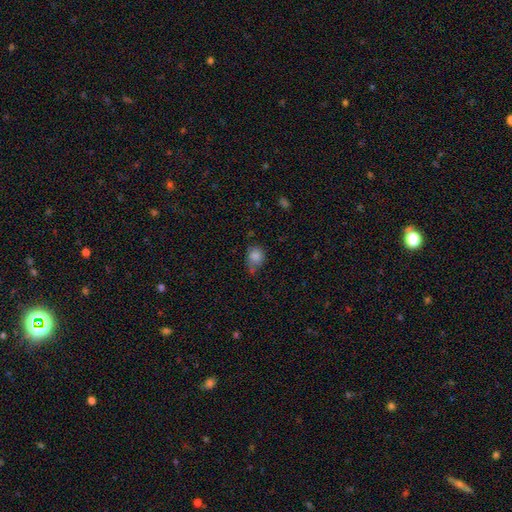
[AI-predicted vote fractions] Smooth or featured: smooth — 83% (star or artifact — 10%)
How rounded: round — 64% (in between — 35%)
Merging: none — 51% (minor disturbance — 30%)